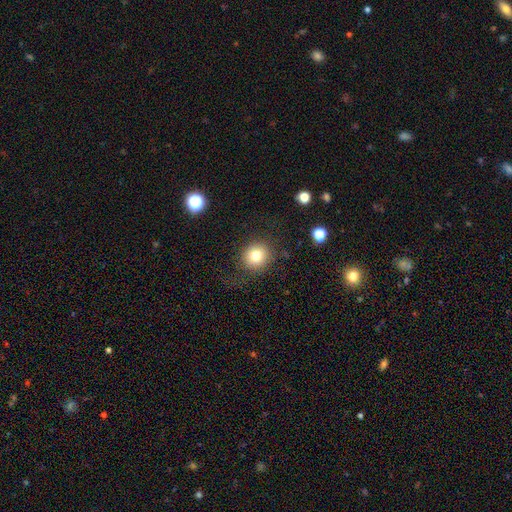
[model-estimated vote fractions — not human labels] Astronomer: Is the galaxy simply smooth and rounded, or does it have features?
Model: smooth — 78%.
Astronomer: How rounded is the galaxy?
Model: round — 89%.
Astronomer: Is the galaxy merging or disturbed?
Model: none — 82%.